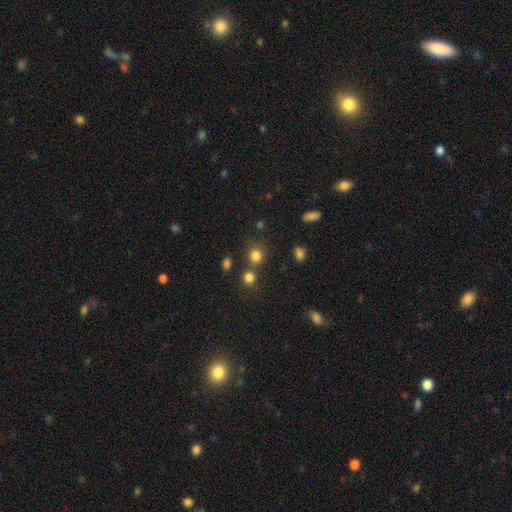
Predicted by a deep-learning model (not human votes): smooth_or_featured: smooth (p=0.80) [alt: star or artifact p=0.14]
how_rounded: round (p=0.78) [alt: in between p=0.21]
merging: none (p=0.66) [alt: merger p=0.19]